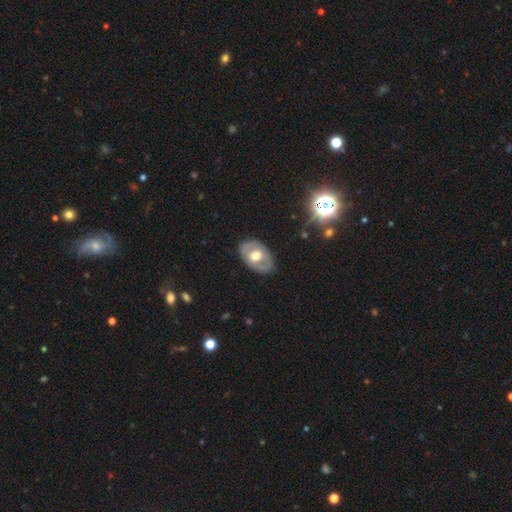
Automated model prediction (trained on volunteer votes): A featured or disk galaxy (53%). Merging: none (81%).